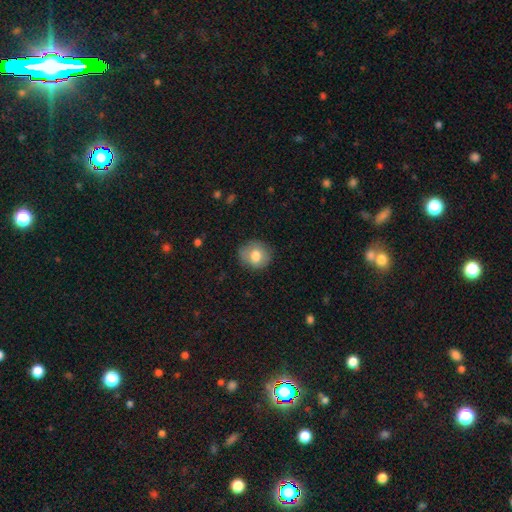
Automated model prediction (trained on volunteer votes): Smooth or featured?
  - smooth: 76% *
  - featured or disk: 15%
  - star or artifact: 8%
How rounded?
  - round: 77% *
  - in between: 22%
  - cigar-shaped: 1%
Merging?
  - none: 84% *
  - minor disturbance: 12%
  - major disturbance: 3%
  - merger: 1%